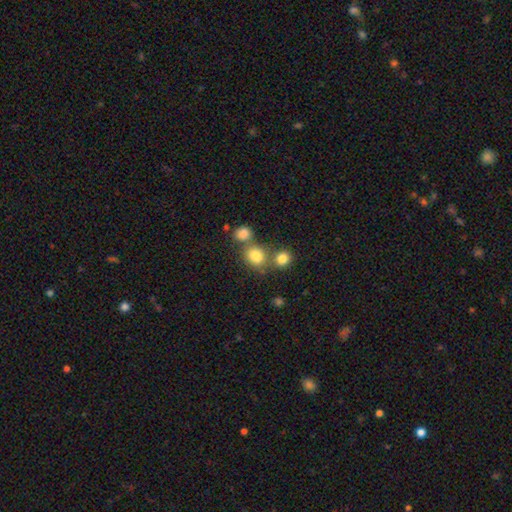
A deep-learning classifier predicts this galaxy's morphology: This is likely a smooth galaxy (80%). How rounded: likely round (77%). Merging: possibly none (57%).